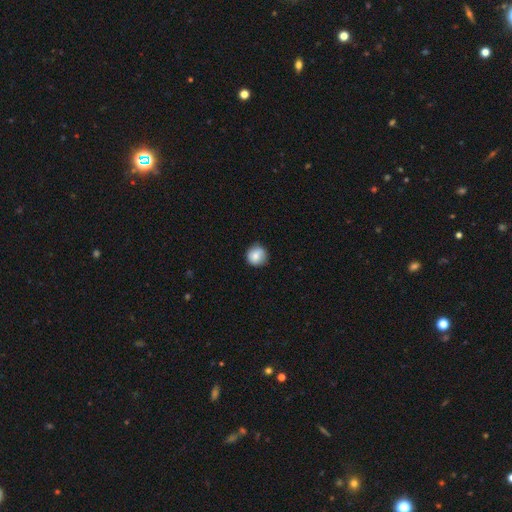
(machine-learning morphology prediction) smooth-or-featured: smooth: 78% | featured or disk: 13% | star or artifact: 8%
  how-rounded: round: 91% | in between: 8% | cigar-shaped: 1%
  merging: none: 81% | minor disturbance: 15% | major disturbance: 3% | merger: 1%